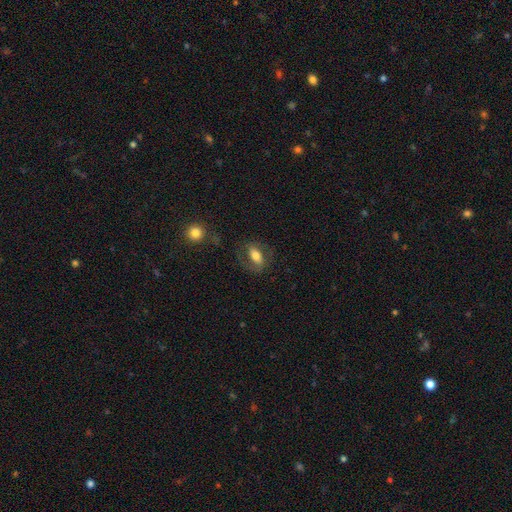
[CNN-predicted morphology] smooth 55%, featured or disk 37%, star or artifact 8%. Down the decision tree: how rounded — in between (84%); merging — none (65%).